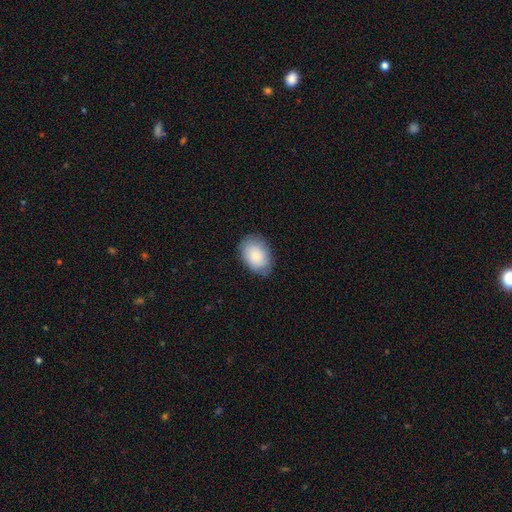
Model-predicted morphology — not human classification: Smooth or featured?
  - smooth: 84% *
  - featured or disk: 10%
  - star or artifact: 6%
How rounded?
  - in between: 83% *
  - round: 16%
  - cigar-shaped: 1%
Merging?
  - none: 79% *
  - minor disturbance: 17%
  - major disturbance: 3%
  - merger: 1%